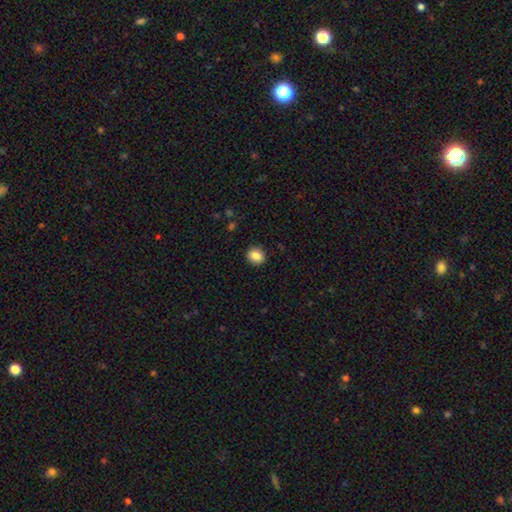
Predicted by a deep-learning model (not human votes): Smooth or featured? Predicted: smooth (p=0.85). How rounded? Predicted: round (p=0.67). Merging? Predicted: none (p=0.89).